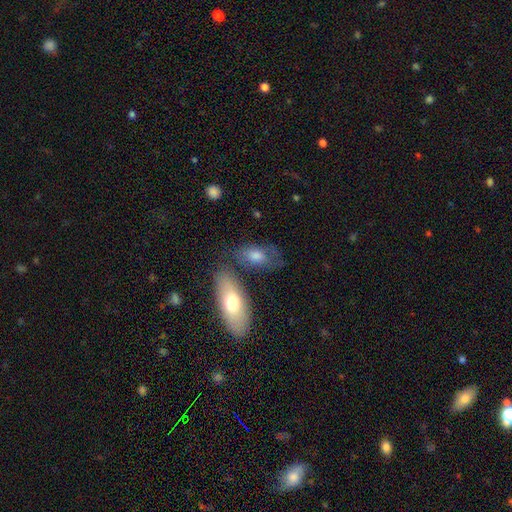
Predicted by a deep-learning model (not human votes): This appears to be a smooth galaxy with no disk features (69%) that is in between round and cigar-shaped (86%). Merging: none (58%).